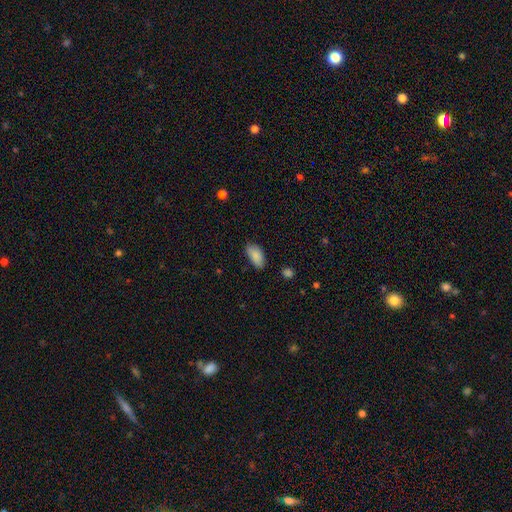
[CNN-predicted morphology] Smooth or featured? Predicted: smooth (p=0.87). How rounded? Predicted: in between (p=0.93). Merging? Predicted: none (p=0.75).